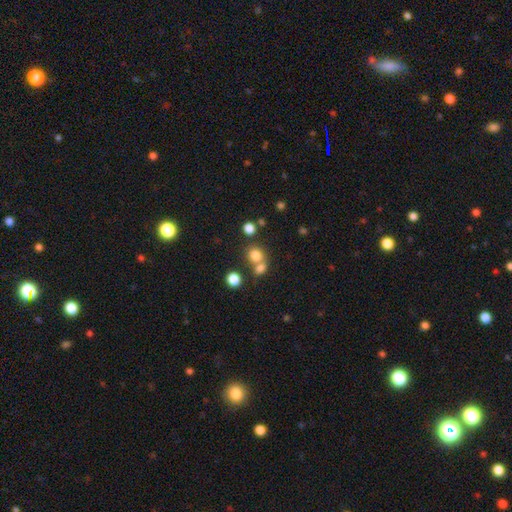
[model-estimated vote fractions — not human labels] Smooth or featured?
  - smooth: 77% *
  - star or artifact: 14%
  - featured or disk: 9%
How rounded?
  - round: 75% *
  - in between: 24%
  - cigar-shaped: 1%
Merging?
  - none: 48% *
  - merger: 41%
  - minor disturbance: 7%
  - major disturbance: 4%